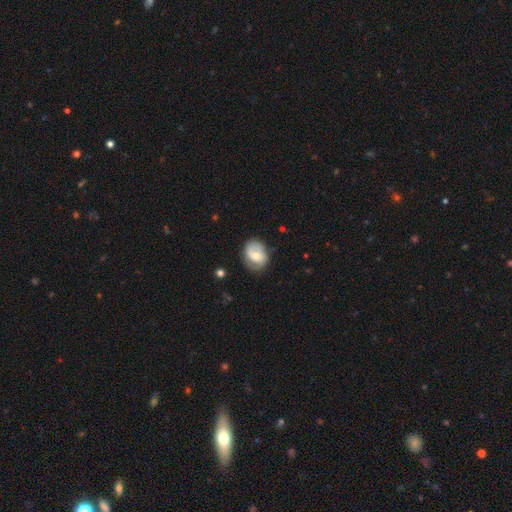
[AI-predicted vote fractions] A featured or disk galaxy (47%). Merging: none (70%).